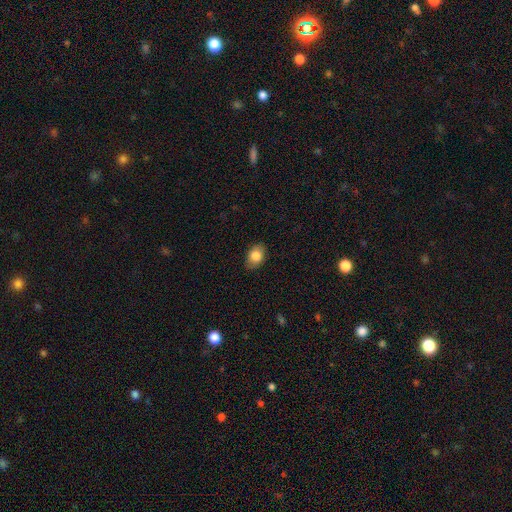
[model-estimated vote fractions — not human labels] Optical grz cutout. It shows a smooth galaxy with no disk features (83%) that is in between round and cigar-shaped (80%). Merging: none (87%).